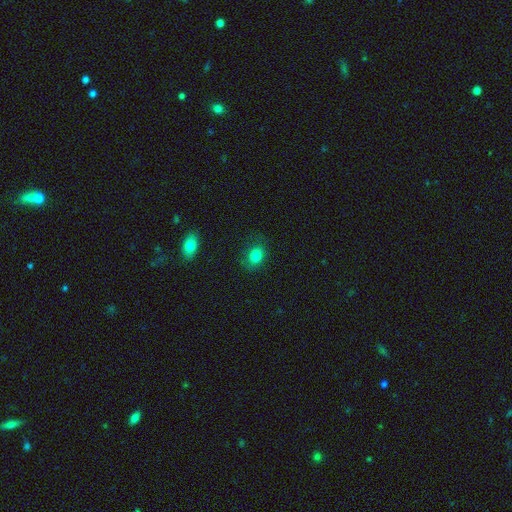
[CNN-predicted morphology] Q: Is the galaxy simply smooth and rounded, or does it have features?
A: smooth — 82%.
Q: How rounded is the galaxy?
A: in between — 57%.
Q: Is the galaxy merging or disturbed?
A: none — 75%.